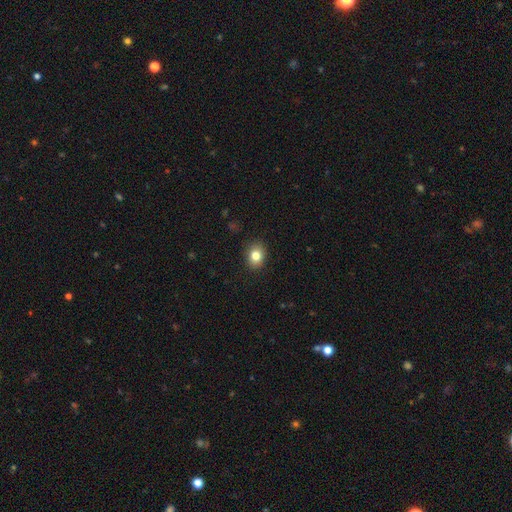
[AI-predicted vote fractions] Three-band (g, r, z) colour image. It shows a smooth galaxy with no disk features (82%) that is in between round and cigar-shaped (56%). Merging: none (89%).